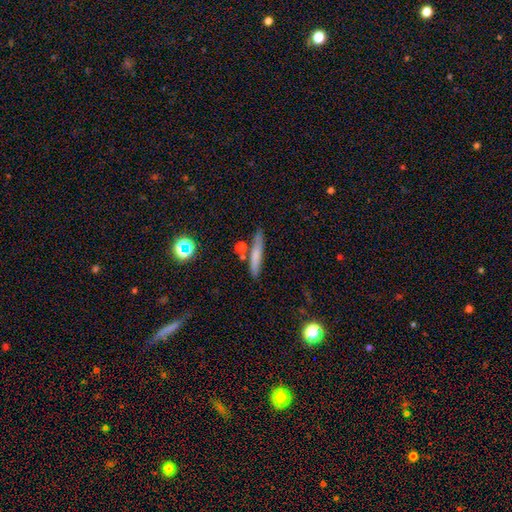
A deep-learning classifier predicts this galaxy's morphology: Smooth or featured? Predicted: smooth (p=0.67). How rounded? Predicted: cigar-shaped (p=0.87). Merging? Predicted: none (p=0.75).